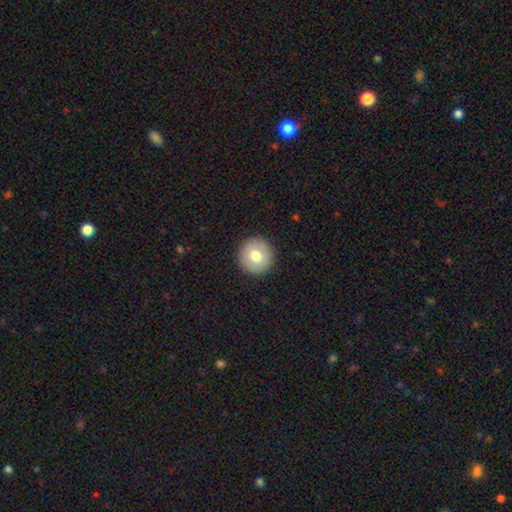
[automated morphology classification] Smooth or featured? smooth (74%)
How rounded? round (95%)
Merging? none (92%)